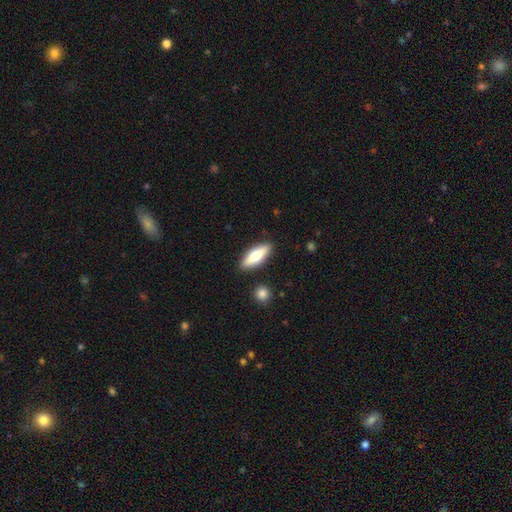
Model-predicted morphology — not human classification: A smooth galaxy with no disk features (64%) that is in between round and cigar-shaped (59%).

Vote fractions:
- Smooth or featured? smooth: 64% / featured or disk: 30% / star or artifact: 6%
- How rounded? in between: 59% / cigar-shaped: 38% / round: 3%
- Merging? none: 88% / minor disturbance: 8% / merger: 2% / major disturbance: 2%